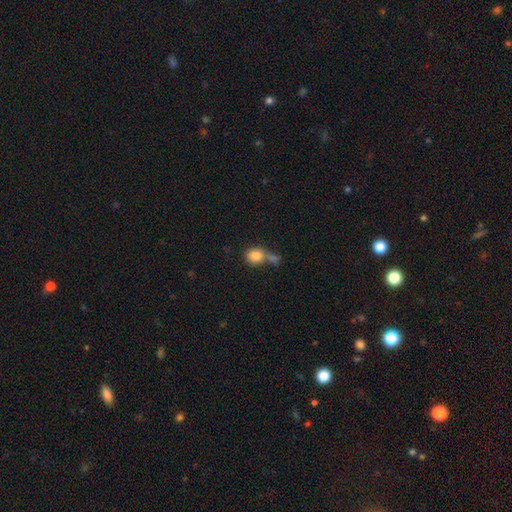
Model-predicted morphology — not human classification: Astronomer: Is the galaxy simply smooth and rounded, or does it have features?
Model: smooth — 82%.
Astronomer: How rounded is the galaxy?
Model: round — 72%.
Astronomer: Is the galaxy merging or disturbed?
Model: none — 43% (runner-up: merger, 33%).